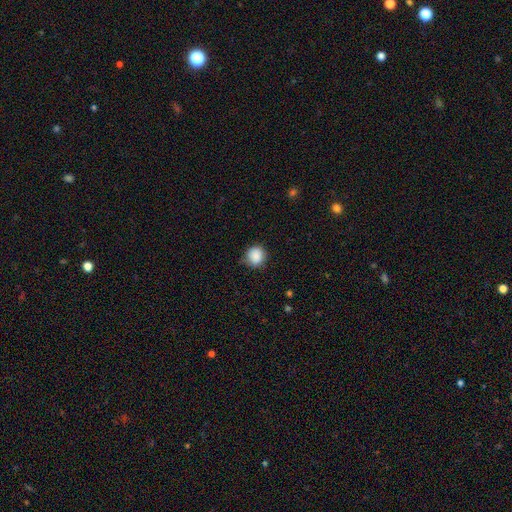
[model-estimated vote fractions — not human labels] A smooth galaxy with no disk features (88%) that is round (87%).

Vote fractions:
- Smooth or featured? smooth: 88% / star or artifact: 8% / featured or disk: 4%
- How rounded? round: 87% / in between: 12% / cigar-shaped: 1%
- Merging? none: 76% / minor disturbance: 19% / major disturbance: 4% / merger: 1%